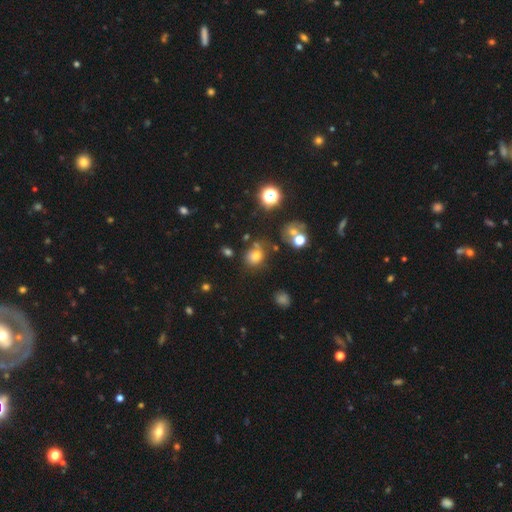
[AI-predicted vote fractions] Morphology: type=smooth (70%); roundness=round (72%); merging=none (63%).